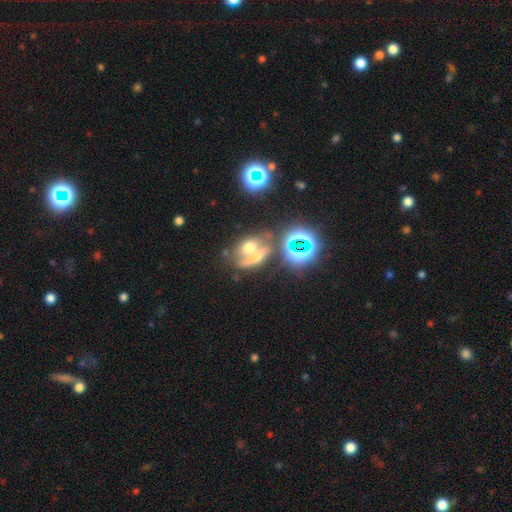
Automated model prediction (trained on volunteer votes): smooth_or_featured: star or artifact (p=0.37) [alt: featured or disk p=0.35]